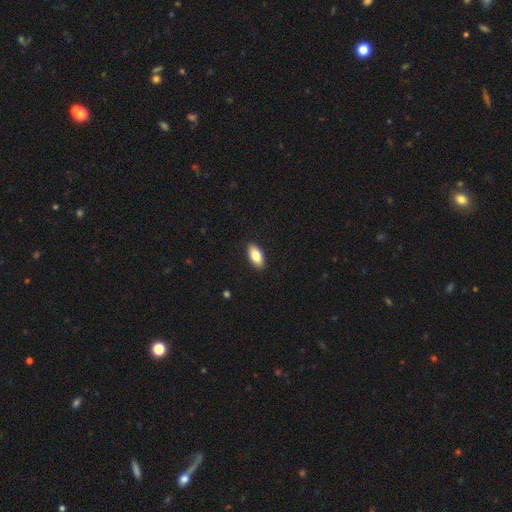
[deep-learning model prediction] Smooth or featured? Predicted: smooth (p=0.80). How rounded? Predicted: in between (p=0.89). Merging? Predicted: none (p=0.90).